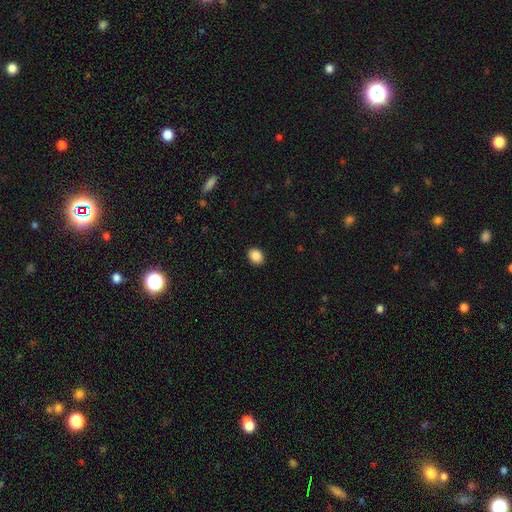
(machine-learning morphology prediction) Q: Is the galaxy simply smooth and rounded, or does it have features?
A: smooth — 88%.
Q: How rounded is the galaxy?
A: round — 52%.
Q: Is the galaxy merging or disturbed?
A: none — 91%.